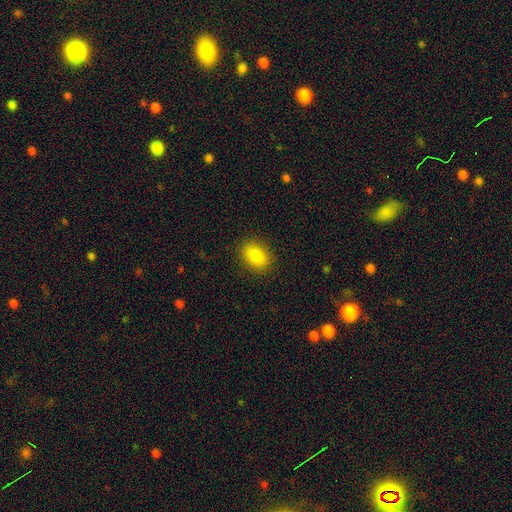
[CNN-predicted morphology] smooth_or_featured: smooth (p=0.84) [alt: star or artifact p=0.09]
how_rounded: in between (p=0.79) [alt: round p=0.19]
merging: none (p=0.88) [alt: minor disturbance p=0.08]